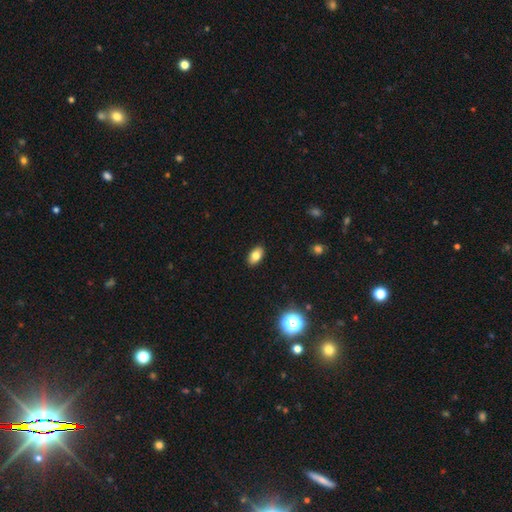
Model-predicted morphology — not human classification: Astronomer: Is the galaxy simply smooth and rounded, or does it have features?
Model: smooth — 79%.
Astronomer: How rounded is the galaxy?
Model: in between — 92%.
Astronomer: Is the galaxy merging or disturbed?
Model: none — 89%.